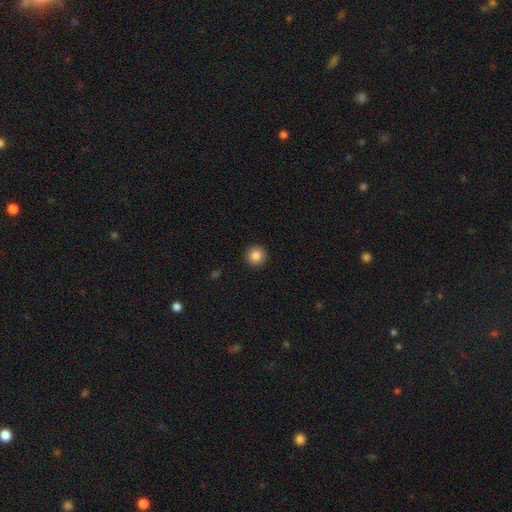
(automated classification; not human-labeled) This is clearly a smooth galaxy (85%). How rounded: clearly round (96%). Merging: clearly none (93%).